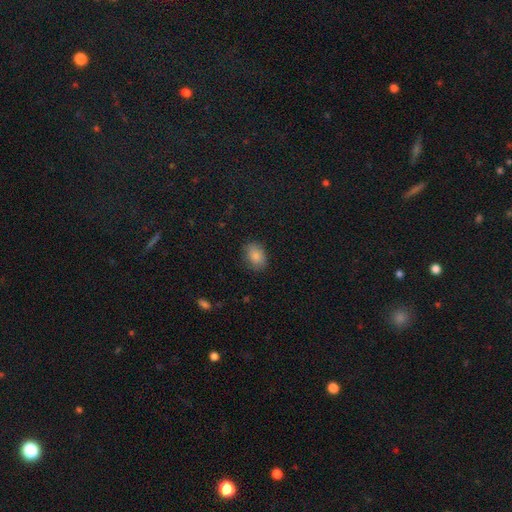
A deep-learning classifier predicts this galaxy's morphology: Smooth or featured? smooth (86%)
How rounded? in between (74%)
Merging? none (82%)